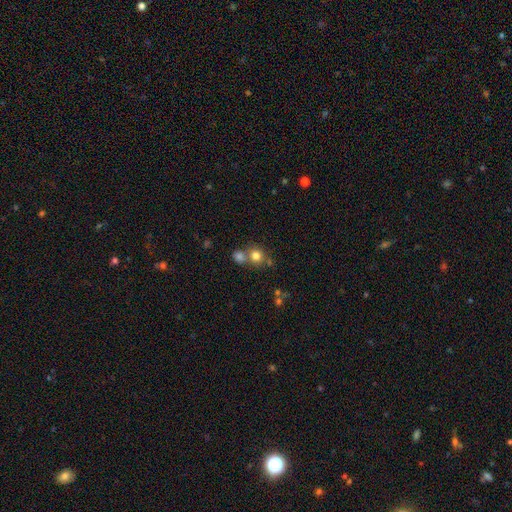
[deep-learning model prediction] A smooth galaxy with no disk features (78%) that is round (86%). Merging: none (56%).